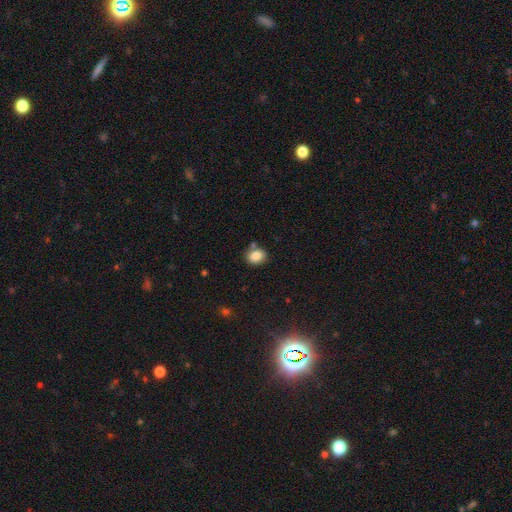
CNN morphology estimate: Q: Smooth or featured?
A: smooth (85%); runner-up: star or artifact (9%)
Q: How rounded?
A: in between (50%); runner-up: round (49%)
Q: Merging?
A: none (69%); runner-up: minor disturbance (15%)